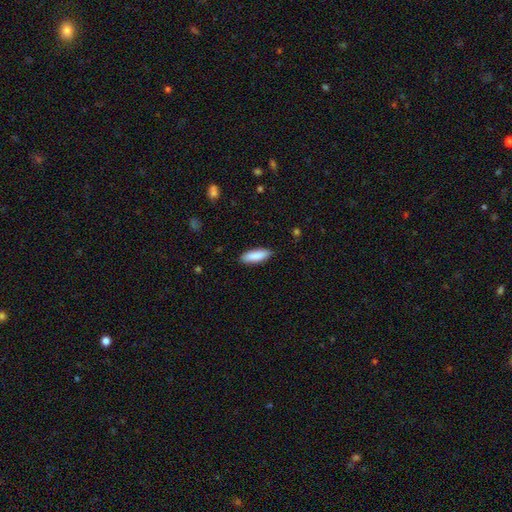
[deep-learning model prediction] A smooth galaxy with no disk features (89%) that is in between round and cigar-shaped (55%).

Vote fractions:
- Smooth or featured? smooth: 89% / featured or disk: 6% / star or artifact: 6%
- How rounded? in between: 55% / cigar-shaped: 43% / round: 2%
- Merging? none: 88% / minor disturbance: 9% / major disturbance: 2% / merger: 1%